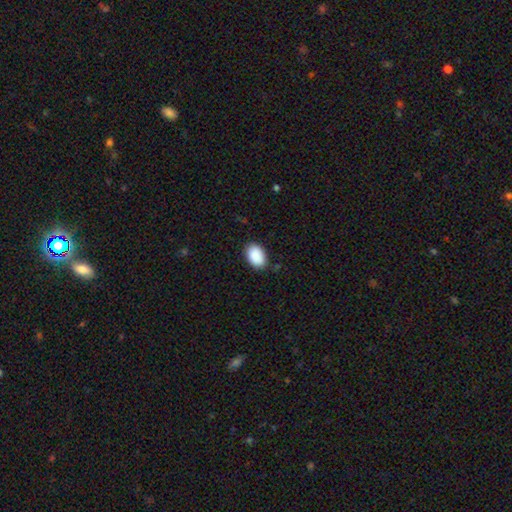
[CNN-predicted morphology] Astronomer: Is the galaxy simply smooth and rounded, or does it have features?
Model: smooth — 91%.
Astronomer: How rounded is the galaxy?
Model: in between — 88%.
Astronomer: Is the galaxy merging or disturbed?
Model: none — 85%.